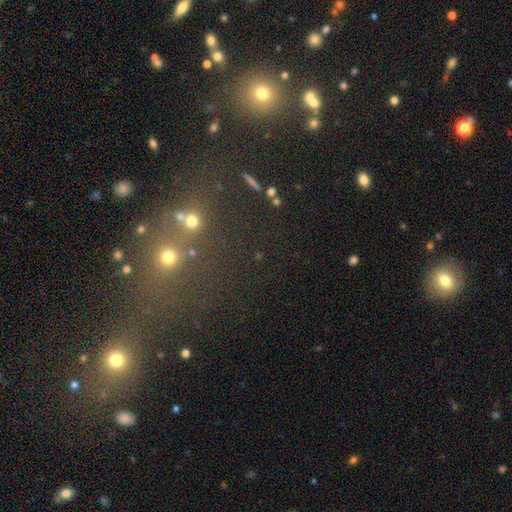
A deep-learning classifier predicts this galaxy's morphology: Overall: star or artifact (51%; smooth 37%).